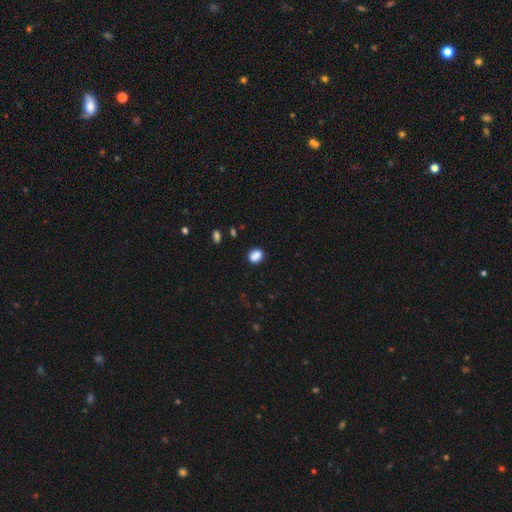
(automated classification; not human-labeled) Q: Smooth or featured?
A: smooth (86%); runner-up: star or artifact (10%)
Q: How rounded?
A: in between (59%); runner-up: round (40%)
Q: Merging?
A: none (78%); runner-up: minor disturbance (14%)